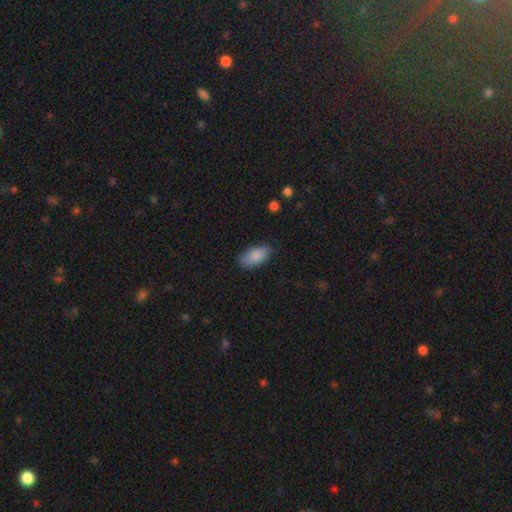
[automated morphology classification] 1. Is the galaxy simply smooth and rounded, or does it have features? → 88% smooth, 7% star or artifact, 6% featured or disk.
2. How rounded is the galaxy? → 91% in between, 6% cigar-shaped, 3% round.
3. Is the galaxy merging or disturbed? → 82% none, 14% minor disturbance, 3% major disturbance, 1% merger.